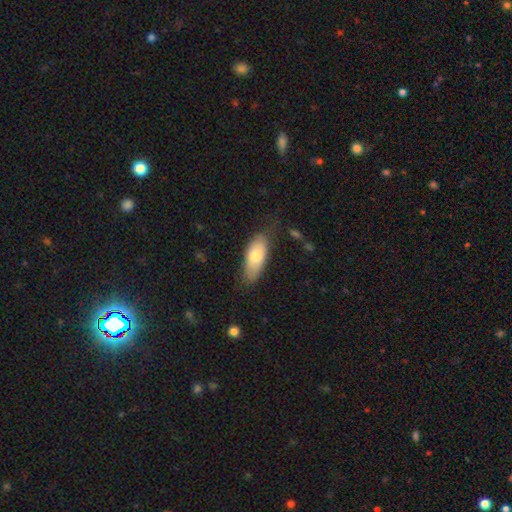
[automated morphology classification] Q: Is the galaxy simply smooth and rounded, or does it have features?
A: smooth — 76%.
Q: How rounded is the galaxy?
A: in between — 81%.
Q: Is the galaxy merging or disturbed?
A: none — 68%.